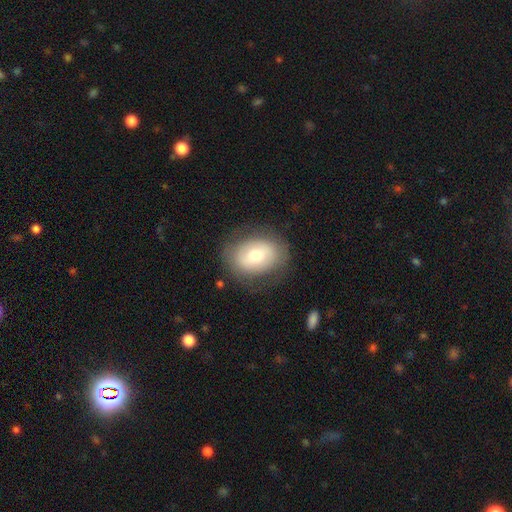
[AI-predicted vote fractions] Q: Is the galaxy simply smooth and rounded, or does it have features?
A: smooth — 64%.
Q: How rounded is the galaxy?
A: in between — 60%.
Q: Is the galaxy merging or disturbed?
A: none — 80%.